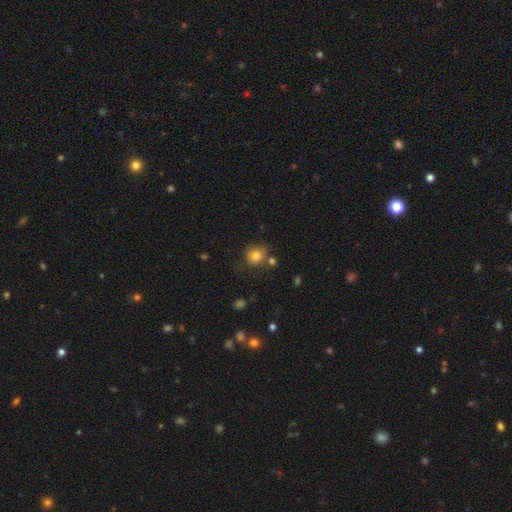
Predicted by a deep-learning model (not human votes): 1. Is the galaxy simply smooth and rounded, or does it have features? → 82% smooth, 11% star or artifact, 7% featured or disk.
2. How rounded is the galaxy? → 84% round, 15% in between, 1% cigar-shaped.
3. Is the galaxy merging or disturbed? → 69% none, 15% minor disturbance, 11% merger, 5% major disturbance.